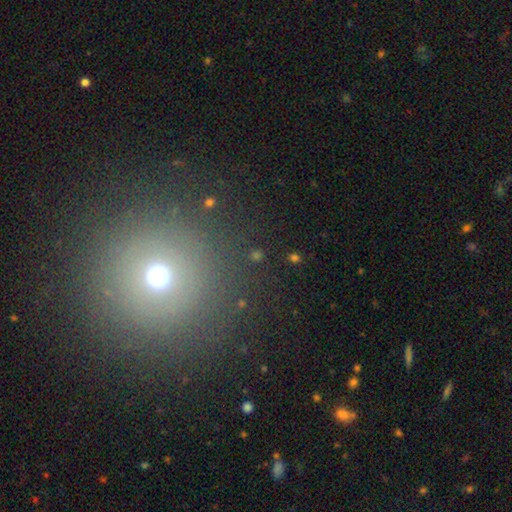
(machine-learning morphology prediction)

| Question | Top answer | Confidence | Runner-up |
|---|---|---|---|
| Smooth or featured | smooth | 47% | star or artifact (40%) |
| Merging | none | 82% | minor disturbance (8%) |